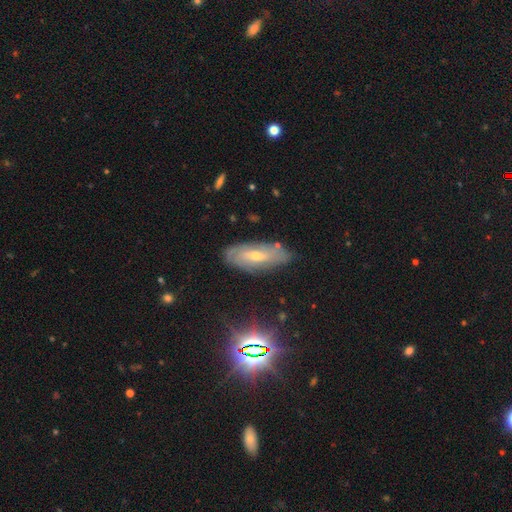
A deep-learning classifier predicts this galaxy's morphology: type=featured or disk (62%); edge-on=no (80%); merging=none (79%).